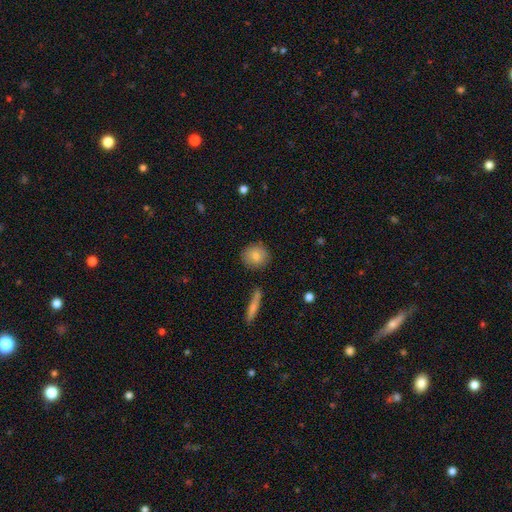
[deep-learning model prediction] Overall: smooth (80%). How rounded: round (85%). Merging: none (85%).